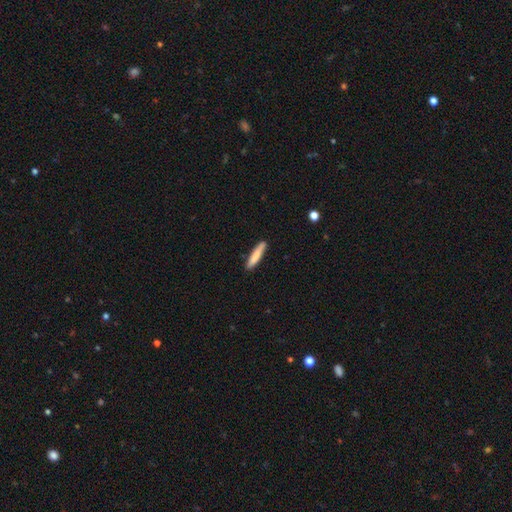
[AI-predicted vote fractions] Q: Smooth or featured?
A: smooth (80%); runner-up: featured or disk (14%)
Q: How rounded?
A: cigar-shaped (88%); runner-up: in between (10%)
Q: Merging?
A: none (85%); runner-up: minor disturbance (12%)